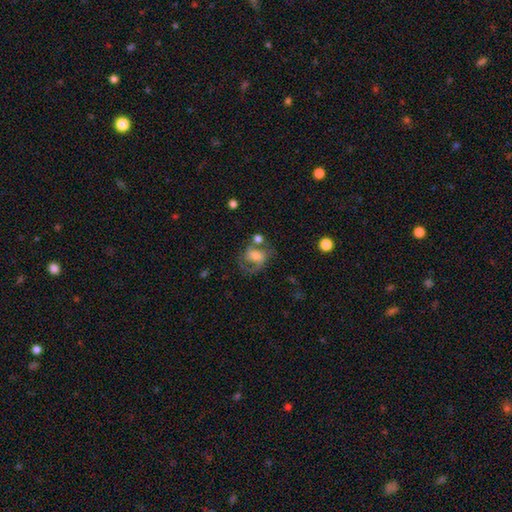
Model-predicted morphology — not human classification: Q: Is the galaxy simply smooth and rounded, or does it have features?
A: featured or disk — 47%.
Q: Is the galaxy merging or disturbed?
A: none — 41%.